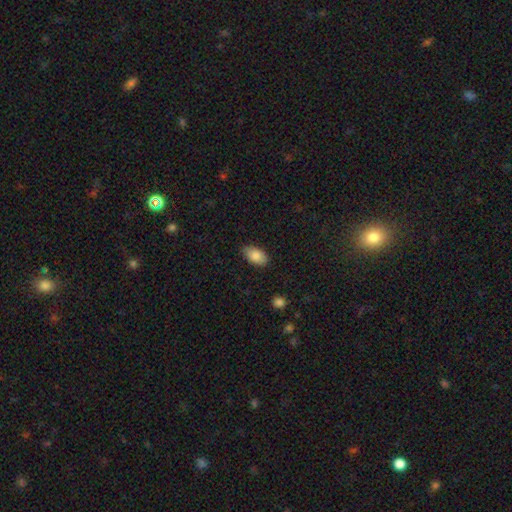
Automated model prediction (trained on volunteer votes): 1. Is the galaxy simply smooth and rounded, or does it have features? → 86% smooth, 7% star or artifact, 7% featured or disk.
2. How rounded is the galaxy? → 93% in between, 5% round, 2% cigar-shaped.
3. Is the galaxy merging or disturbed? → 83% none, 13% minor disturbance, 3% major disturbance, 1% merger.